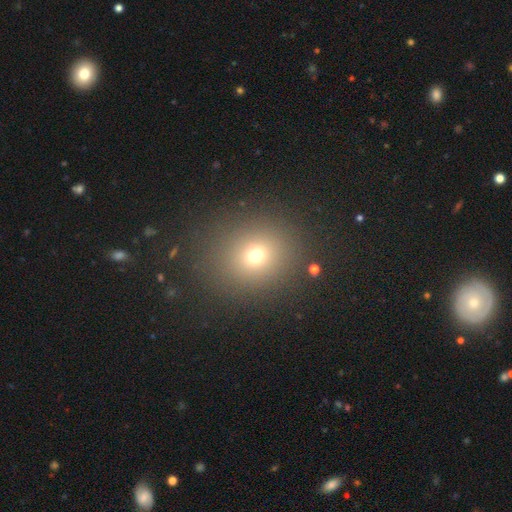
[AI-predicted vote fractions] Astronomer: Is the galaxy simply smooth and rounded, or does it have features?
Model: smooth — 69%.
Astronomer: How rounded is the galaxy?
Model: round — 81%.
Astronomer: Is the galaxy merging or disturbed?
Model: none — 86%.